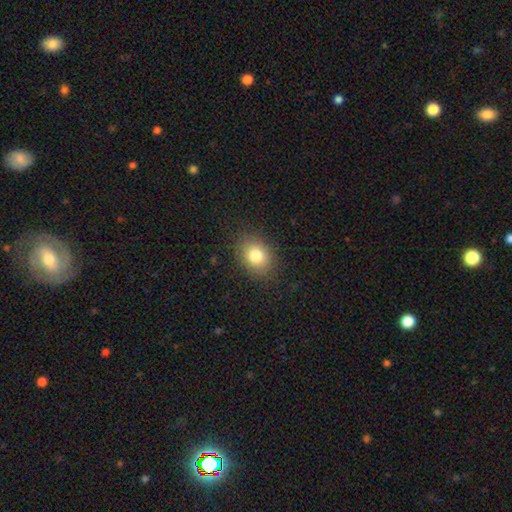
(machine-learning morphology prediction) This is clearly a smooth galaxy (81%). How rounded: possibly in between (50%). Merging: clearly none (86%).